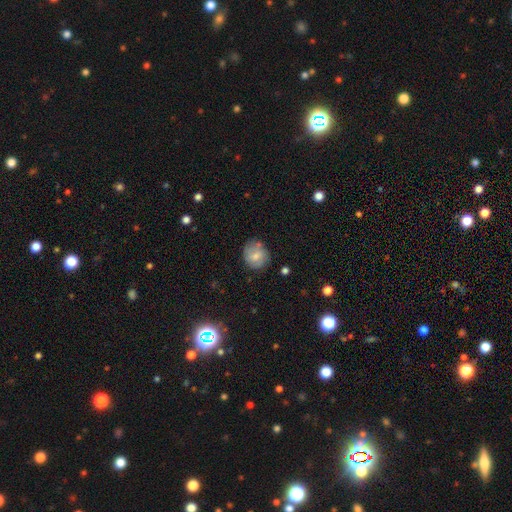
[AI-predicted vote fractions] The model was most divided on "smooth or featured": smooth: 67%, featured or disk: 24%, star or artifact: 9%. More confident: how rounded — round (76%); merging — none (70%).